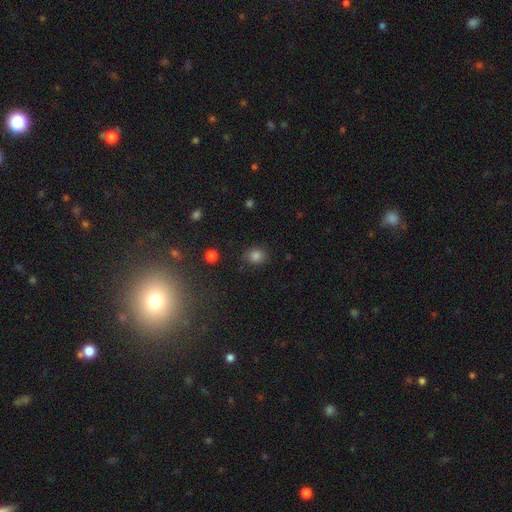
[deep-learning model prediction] smooth-or-featured: smooth: 82% | star or artifact: 13% | featured or disk: 5%
  how-rounded: round: 72% | in between: 27% | cigar-shaped: 1%
  merging: none: 84% | minor disturbance: 11% | major disturbance: 3% | merger: 2%